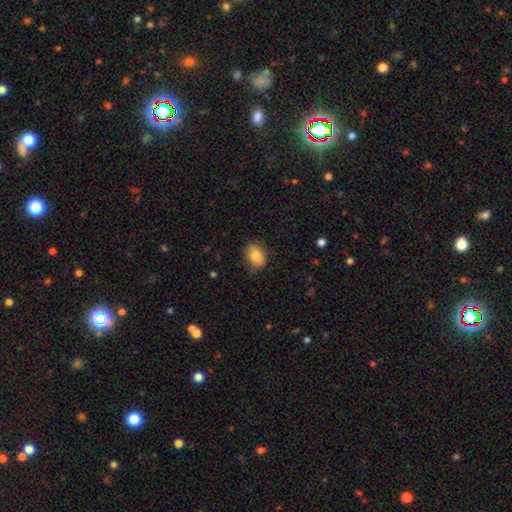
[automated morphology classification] The model was most divided on "how rounded": in between: 75%, round: 23%, cigar-shaped: 1%. More confident: smooth or featured — smooth (82%); merging — none (78%).